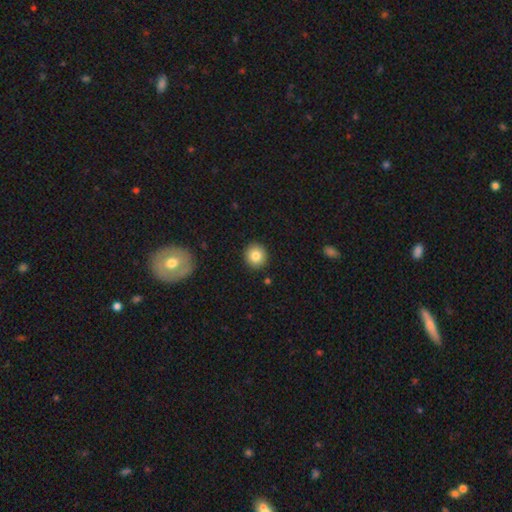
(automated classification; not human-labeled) Smooth or featured? Predicted: smooth (p=0.83). How rounded? Predicted: round (p=0.91). Merging? Predicted: none (p=0.91).